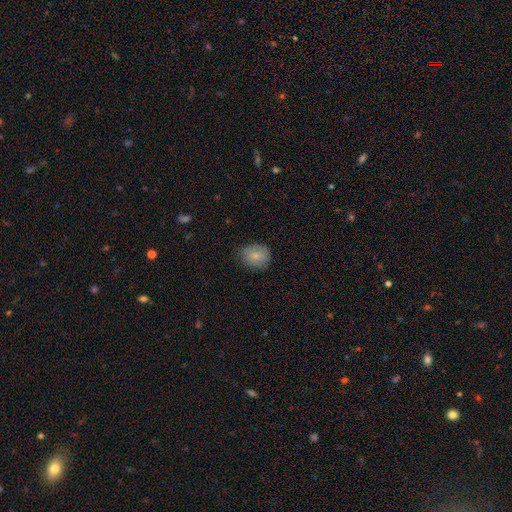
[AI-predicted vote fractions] smooth 77%, featured or disk 15%, star or artifact 8%. Down the decision tree: how rounded — round (56%); merging — none (77%).